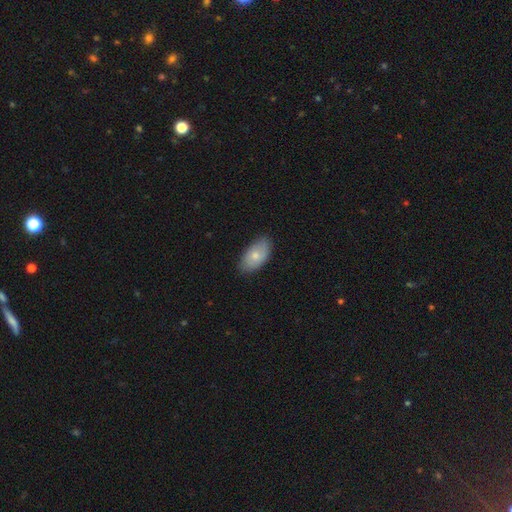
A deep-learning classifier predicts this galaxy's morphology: Overall: smooth (73%). How rounded: in between (94%). Merging: none (79%).